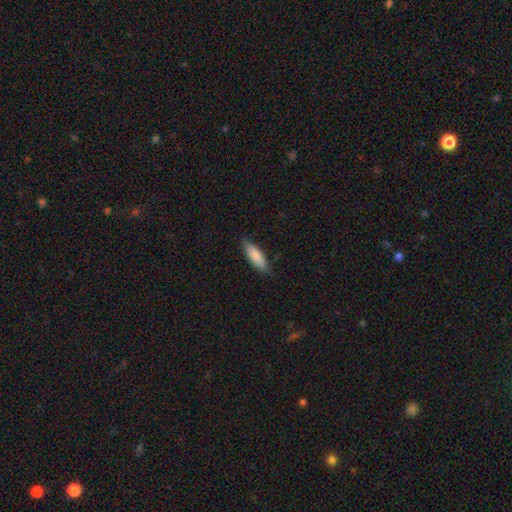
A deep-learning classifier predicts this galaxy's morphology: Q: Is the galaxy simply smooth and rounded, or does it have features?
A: smooth — 81%.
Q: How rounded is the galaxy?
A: in between — 54%.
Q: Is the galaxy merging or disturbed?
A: none — 81%.